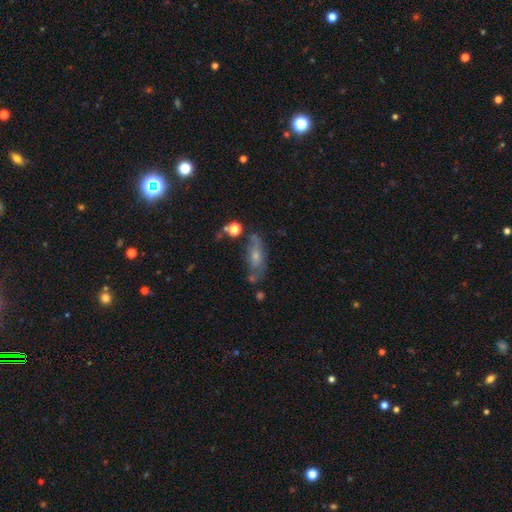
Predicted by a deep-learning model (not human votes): A smooth galaxy with no disk features (48%).

Vote fractions:
- Smooth or featured? smooth: 48% / featured or disk: 41% / star or artifact: 11%
- Merging? none: 53% / minor disturbance: 25% / major disturbance: 12% / merger: 10%